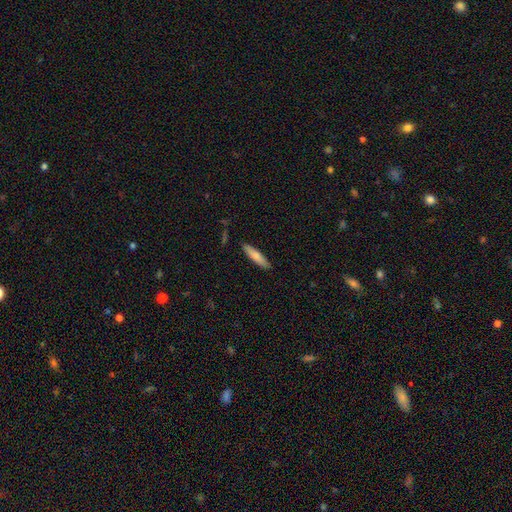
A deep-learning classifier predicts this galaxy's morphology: Smooth or featured?
  - smooth: 75% *
  - featured or disk: 20%
  - star or artifact: 6%
How rounded?
  - cigar-shaped: 82% *
  - in between: 17%
  - round: 2%
Merging?
  - none: 89% *
  - minor disturbance: 8%
  - major disturbance: 2%
  - merger: 1%